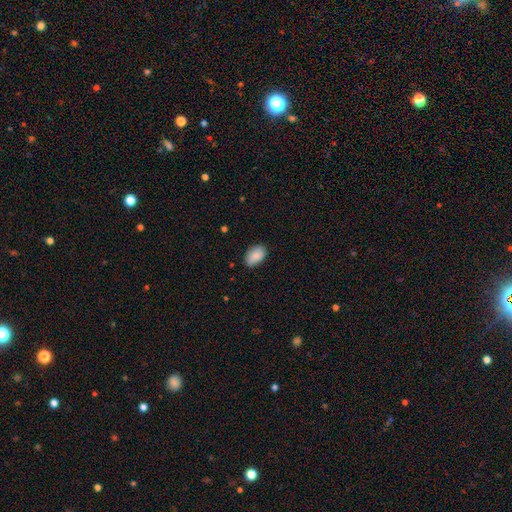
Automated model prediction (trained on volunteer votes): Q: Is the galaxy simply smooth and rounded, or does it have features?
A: smooth — 84%.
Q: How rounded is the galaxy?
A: in between — 90%.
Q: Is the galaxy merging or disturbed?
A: none — 74%.